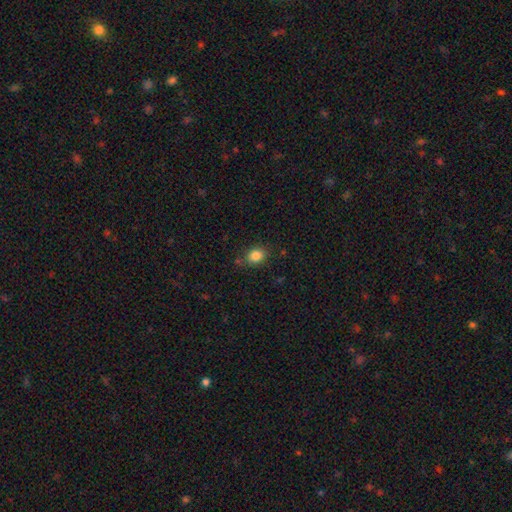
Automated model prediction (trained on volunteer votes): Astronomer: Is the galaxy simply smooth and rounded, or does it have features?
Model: smooth — 84%.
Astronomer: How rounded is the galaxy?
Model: in between — 53% (runner-up: round, 46%).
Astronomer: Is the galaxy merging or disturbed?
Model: none — 78%.